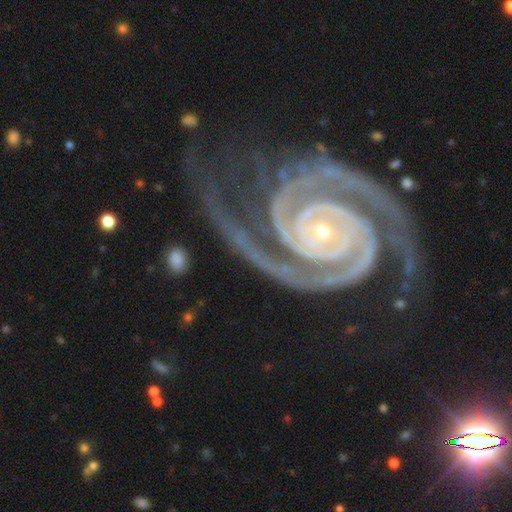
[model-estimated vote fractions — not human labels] Smooth or featured? Predicted: featured or disk (p=0.95). Edge-on disk? Predicted: no (p=0.98). Bar? Predicted: no (p=0.66). Spiral arms? Predicted: yes (p=0.99). Spiral winding? Predicted: tight (p=0.82). Spiral arm count? Predicted: 2 (p=0.88). Bulge size? Predicted: small (p=0.85). Merging? Predicted: none (p=0.69).